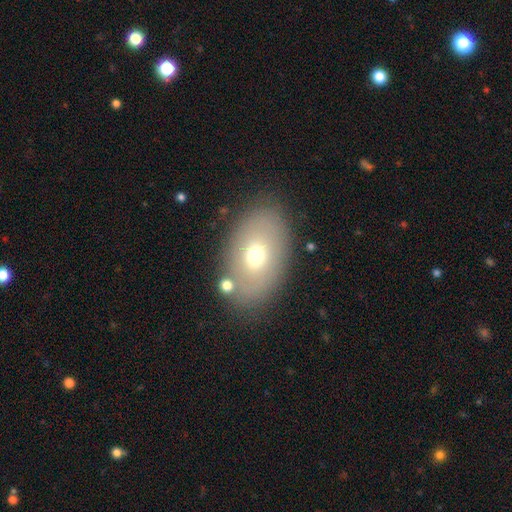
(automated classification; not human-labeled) Smooth or featured: smooth — 63% (featured or disk — 27%)
How rounded: in between — 87% (round — 12%)
Merging: none — 79% (minor disturbance — 12%)